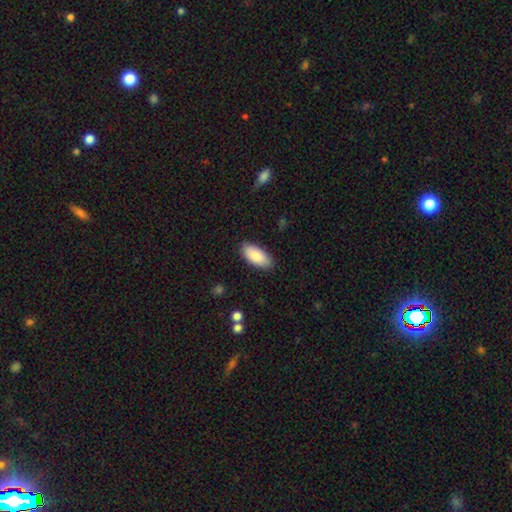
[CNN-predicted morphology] smooth 87%, featured or disk 7%, star or artifact 6%. Down the decision tree: how rounded — in between (91%); merging — none (87%).